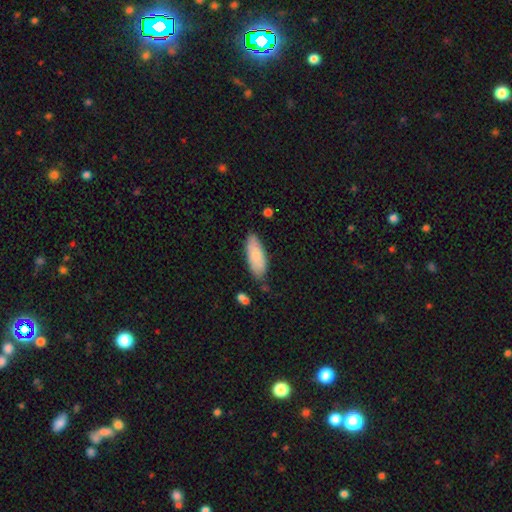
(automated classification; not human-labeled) smooth 80%, featured or disk 14%, star or artifact 6%. Down the decision tree: how rounded — in between (75%); merging — none (78%).